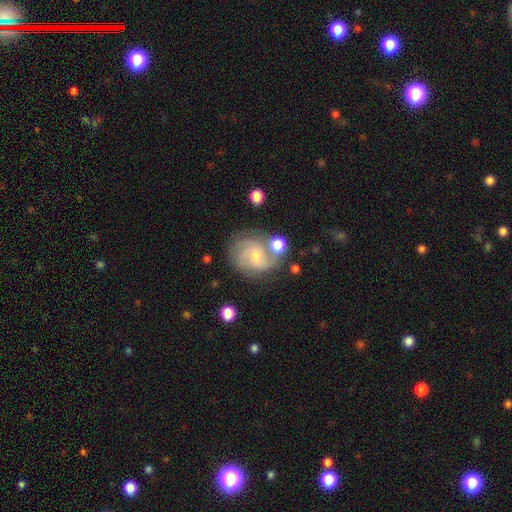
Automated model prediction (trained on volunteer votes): A featured or disk galaxy (76%) with no bar (48%), 2 (44%) medium (49%) spiral arms (94%) and a small central bulge (59%).

Vote fractions:
- Smooth or featured? featured or disk: 76% / smooth: 16% / star or artifact: 8%
- Edge-on disk? no: 98% / yes: 2%
- Bar? no: 48% / weak: 45% / strong: 8%
- Spiral arms? yes: 94% / no: 6%
- Spiral winding? medium: 49% / tight: 31% / loose: 20%
- Spiral arm count? 2: 44% / 3: 26% / can't tell: 17% / 4: 5% / 1: 4% / more than 4: 4%
- Bulge size? small: 59% / moderate: 33% / none: 5% / large: 2% / dominant: 1%
- Merging? none: 63% / minor disturbance: 17% / merger: 12% / major disturbance: 8%